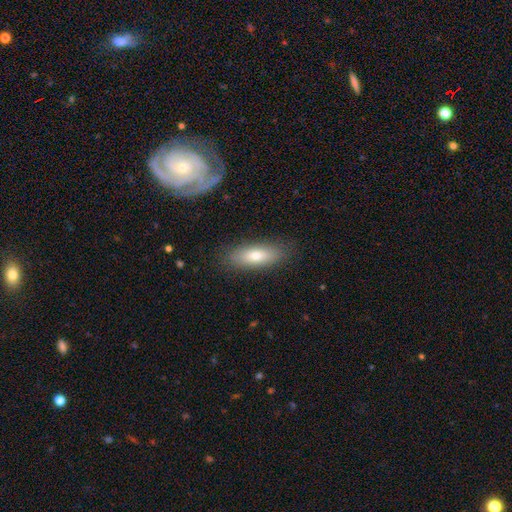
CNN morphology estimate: smooth_or_featured: smooth (p=0.71) [alt: featured or disk p=0.22]
how_rounded: in between (p=0.65) [alt: cigar-shaped p=0.32]
merging: none (p=0.86) [alt: minor disturbance p=0.10]